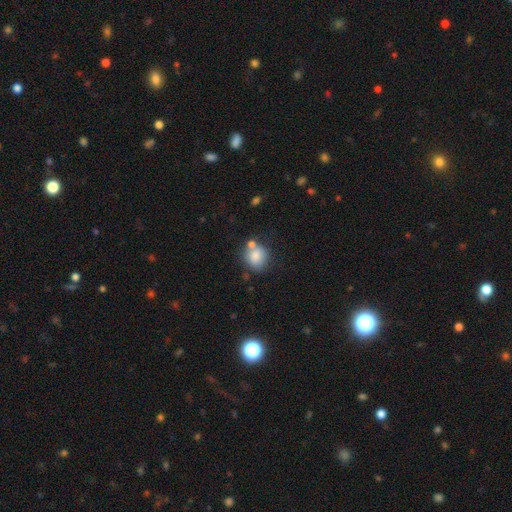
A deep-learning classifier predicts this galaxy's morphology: type=smooth (82%); roundness=round (76%); merging=none (60%).